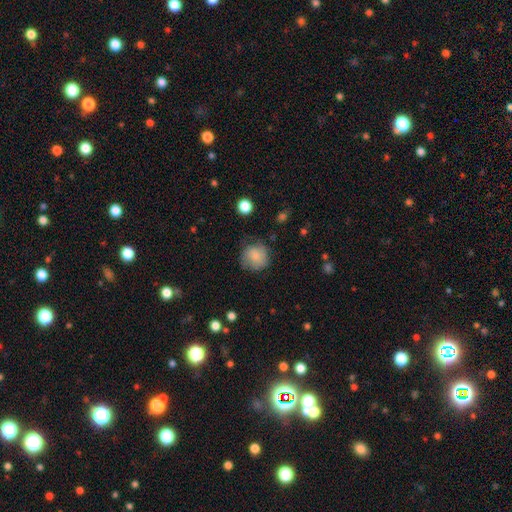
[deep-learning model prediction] This is clearly a smooth galaxy (80%). How rounded: clearly round (88%). Merging: likely none (71%).